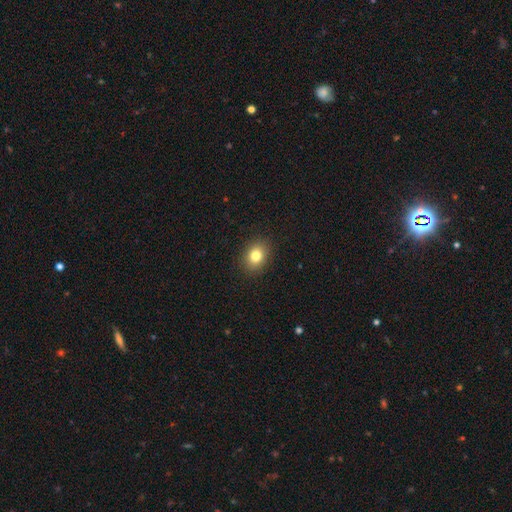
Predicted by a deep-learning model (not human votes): The model was most divided on "how rounded": in between: 55%, round: 44%, cigar-shaped: 1%. More confident: merging — none (89%); smooth or featured — smooth (81%).